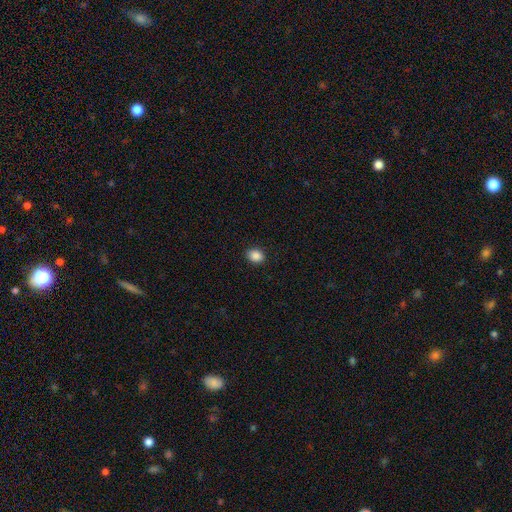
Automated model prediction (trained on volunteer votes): smooth 88%, star or artifact 9%, featured or disk 3%. Down the decision tree: how rounded — in between (51%); merging — none (90%).